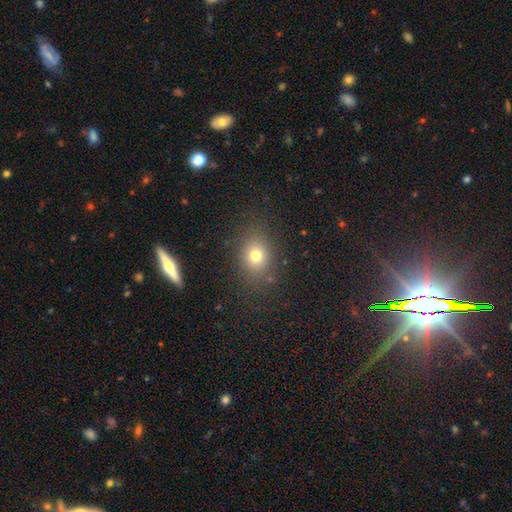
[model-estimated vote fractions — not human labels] Smooth or featured: smooth — 74% (star or artifact — 16%)
How rounded: round — 51% (in between — 48%)
Merging: none — 82% (minor disturbance — 11%)